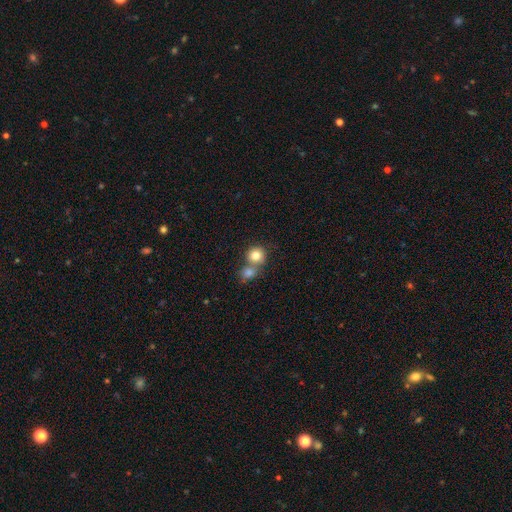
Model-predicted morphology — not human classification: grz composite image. It shows a smooth galaxy with no disk features (81%) that is round (86%). Merging: merger (47%).